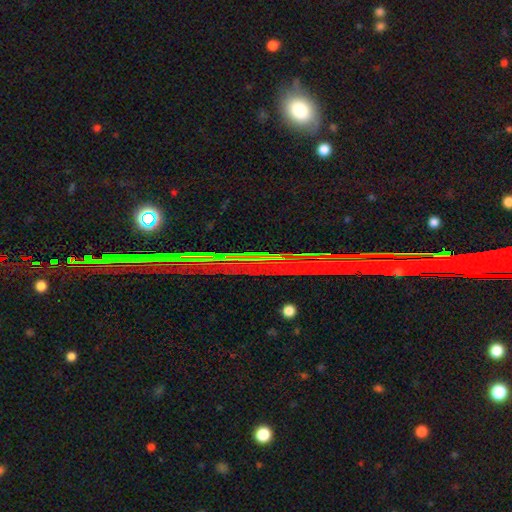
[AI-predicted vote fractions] A star or artifact, not a galaxy (76%).